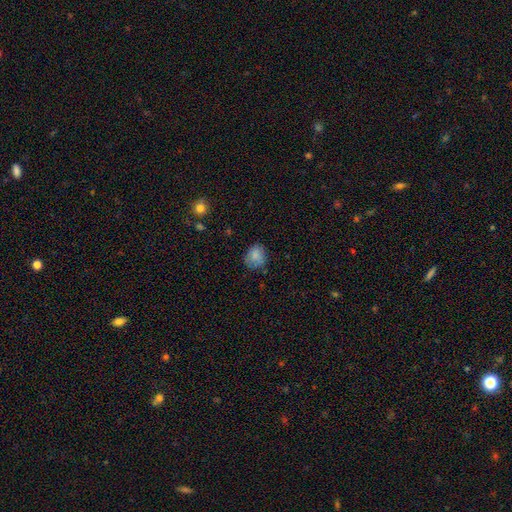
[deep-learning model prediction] Smooth or featured? Predicted: smooth (p=0.82). How rounded? Predicted: round (p=0.67). Merging? Predicted: none (p=0.72).